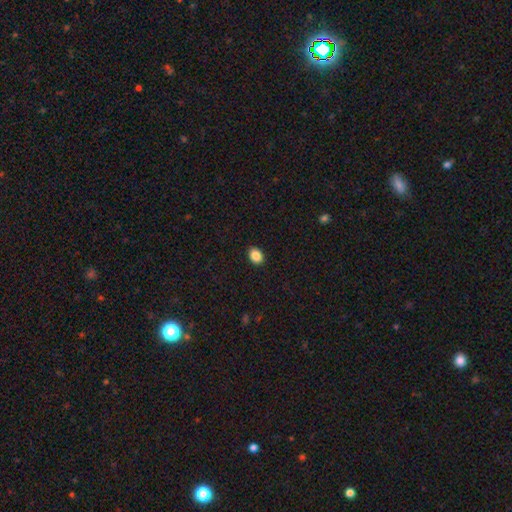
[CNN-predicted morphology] smooth 88%, star or artifact 9%, featured or disk 4%. Down the decision tree: how rounded — in between (66%); merging — none (91%).